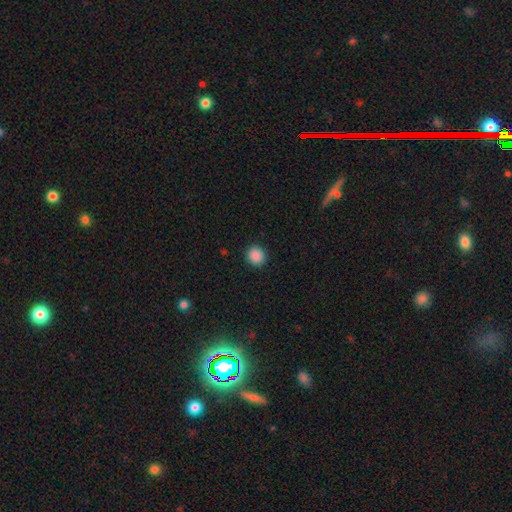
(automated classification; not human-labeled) This is clearly a smooth galaxy (88%). How rounded: clearly round (91%). Merging: clearly none (92%).